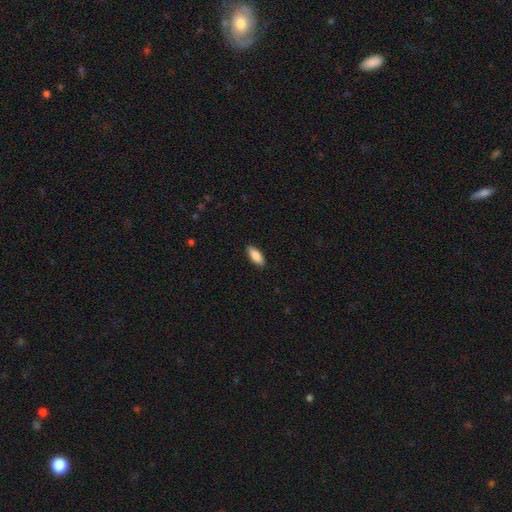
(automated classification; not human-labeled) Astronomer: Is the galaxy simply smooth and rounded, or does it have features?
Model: smooth — 87%.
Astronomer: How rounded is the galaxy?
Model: in between — 78%.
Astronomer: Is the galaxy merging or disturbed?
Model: none — 89%.